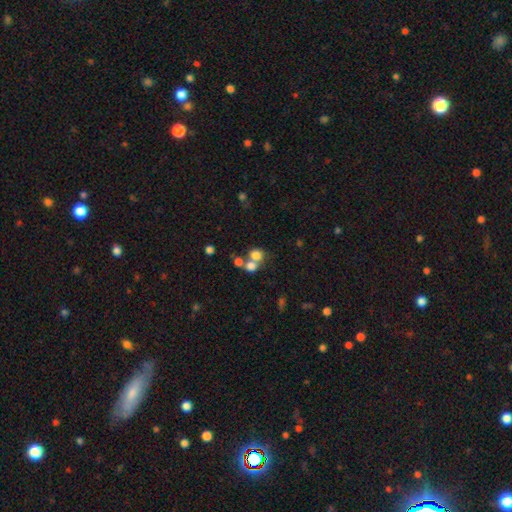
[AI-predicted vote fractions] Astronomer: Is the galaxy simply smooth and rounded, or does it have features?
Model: smooth — 72%.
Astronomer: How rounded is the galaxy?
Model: round — 71%.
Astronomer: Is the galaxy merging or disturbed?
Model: merger — 52% (runner-up: none, 35%).